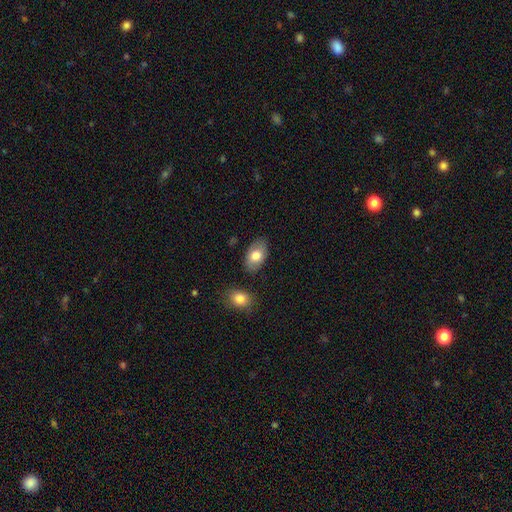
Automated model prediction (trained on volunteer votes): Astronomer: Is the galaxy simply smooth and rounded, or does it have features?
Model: smooth — 76%.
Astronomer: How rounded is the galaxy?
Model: in between — 92%.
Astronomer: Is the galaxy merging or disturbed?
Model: none — 83%.